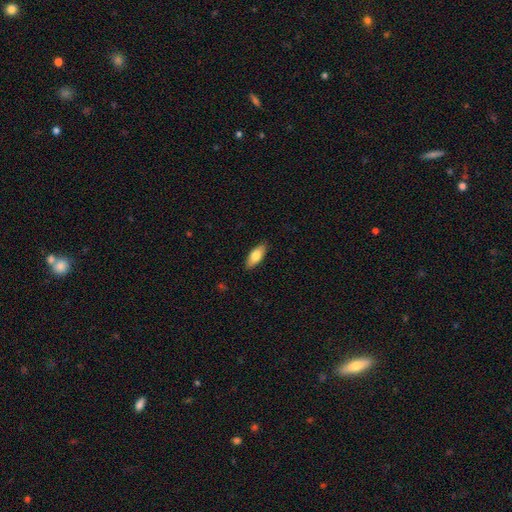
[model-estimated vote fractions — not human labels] Morphology: type=smooth (77%); roundness=in between (79%); merging=none (88%).